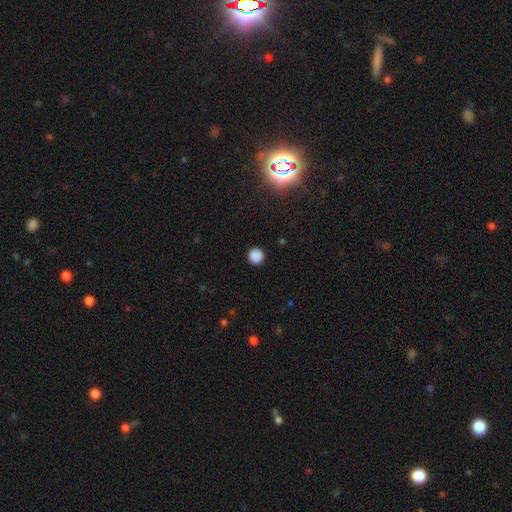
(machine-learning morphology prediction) The model was most divided on "smooth or featured": smooth: 87%, star or artifact: 10%, featured or disk: 3%. More confident: how rounded — round (93%); merging — none (91%).